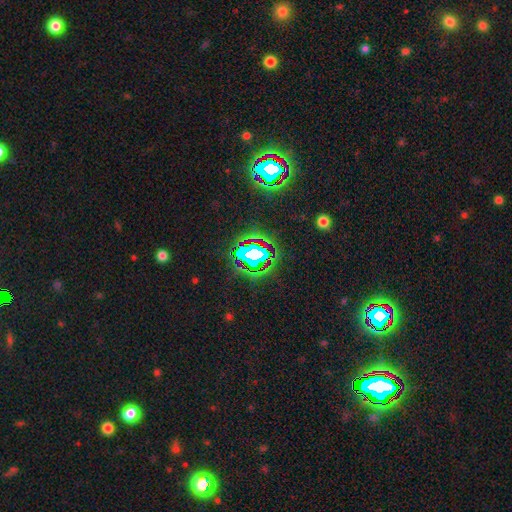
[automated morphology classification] smooth_or_featured: star or artifact (p=0.70) [alt: smooth p=0.17]